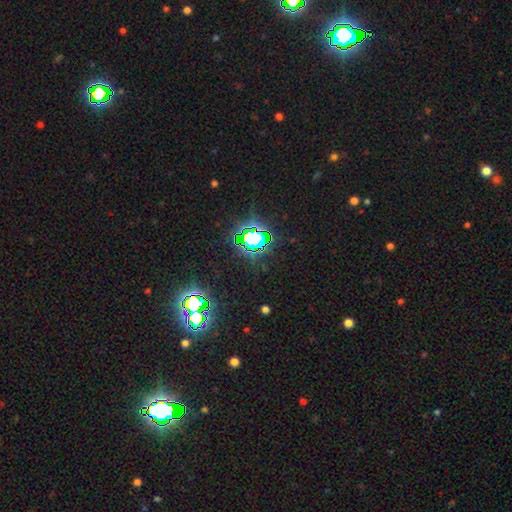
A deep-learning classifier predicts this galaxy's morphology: Smooth or featured? star or artifact (83%)